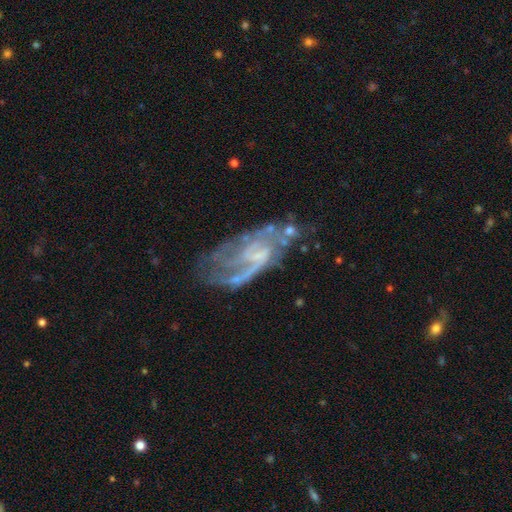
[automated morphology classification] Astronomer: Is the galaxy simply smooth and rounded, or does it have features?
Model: featured or disk — 79%.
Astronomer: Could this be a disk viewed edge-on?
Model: no — 93%.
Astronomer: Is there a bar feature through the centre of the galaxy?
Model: no — 45% (runner-up: weak, 41%).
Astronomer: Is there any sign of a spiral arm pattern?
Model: yes — 77%.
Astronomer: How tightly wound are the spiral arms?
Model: medium — 40% (runner-up: loose, 36%).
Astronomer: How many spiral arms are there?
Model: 2 — 37% (runner-up: can't tell, 33%).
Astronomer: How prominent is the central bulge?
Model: none — 47% (runner-up: small, 35%).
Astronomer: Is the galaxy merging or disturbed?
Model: none — 45% (runner-up: major disturbance, 26%).